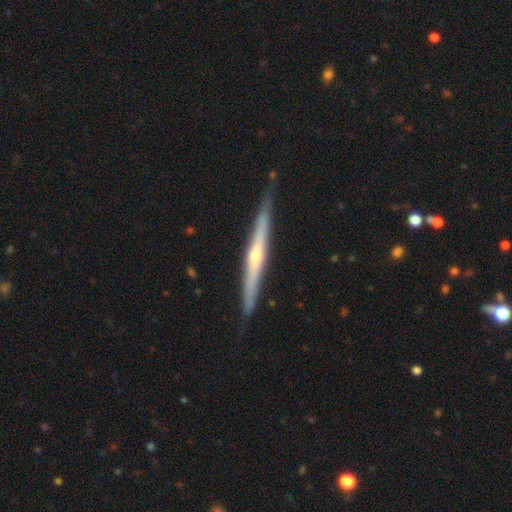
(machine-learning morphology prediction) Overall: featured or disk (75%). Edge-on disk: yes (97%). Edge-on bulge: rounded (73%). Merging: none (86%).